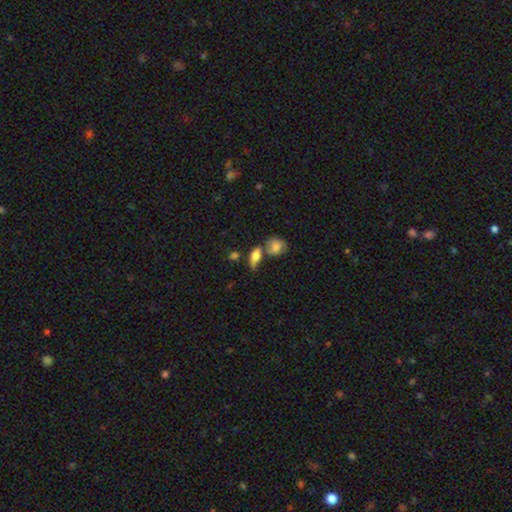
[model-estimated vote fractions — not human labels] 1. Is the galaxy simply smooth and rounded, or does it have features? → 63% smooth, 28% featured or disk, 9% star or artifact.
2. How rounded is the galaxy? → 65% in between, 25% cigar-shaped, 11% round.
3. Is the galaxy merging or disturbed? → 49% none, 27% merger, 17% minor disturbance, 8% major disturbance.